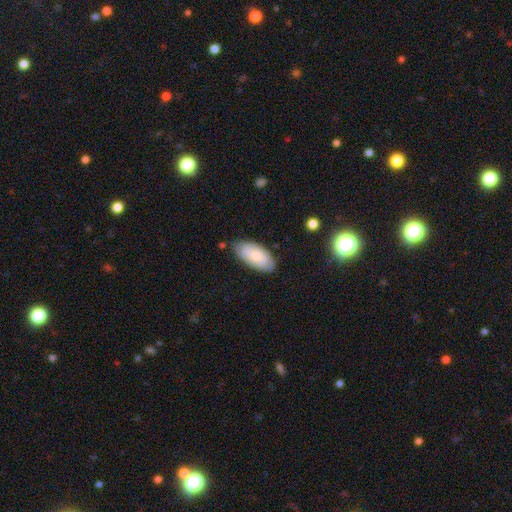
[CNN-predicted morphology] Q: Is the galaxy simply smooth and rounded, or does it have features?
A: smooth — 62%.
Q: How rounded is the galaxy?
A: in between — 91%.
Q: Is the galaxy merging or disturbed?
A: none — 76%.